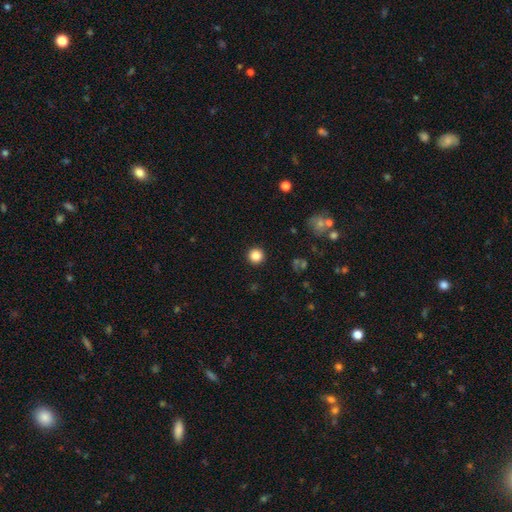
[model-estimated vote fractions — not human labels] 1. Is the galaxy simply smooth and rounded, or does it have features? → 84% smooth, 11% star or artifact, 5% featured or disk.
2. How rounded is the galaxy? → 96% round, 3% in between, 1% cigar-shaped.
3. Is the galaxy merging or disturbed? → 93% none, 4% minor disturbance, 2% major disturbance, 1% merger.